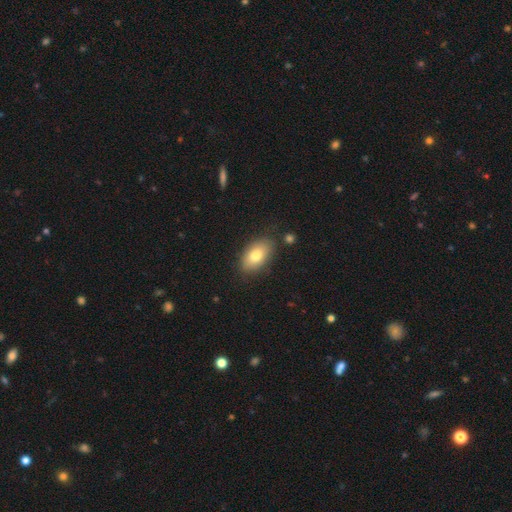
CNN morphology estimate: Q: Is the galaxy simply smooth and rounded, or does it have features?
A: smooth — 78%.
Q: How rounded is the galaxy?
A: in between — 92%.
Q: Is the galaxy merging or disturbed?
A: none — 80%.